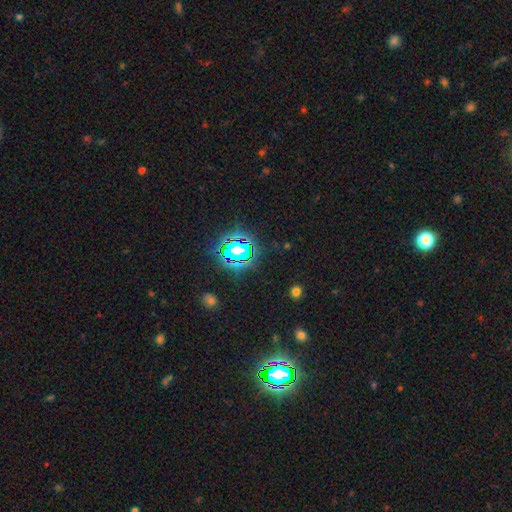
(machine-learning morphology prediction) This is clearly a star or artifact rather than a galaxy (81%).